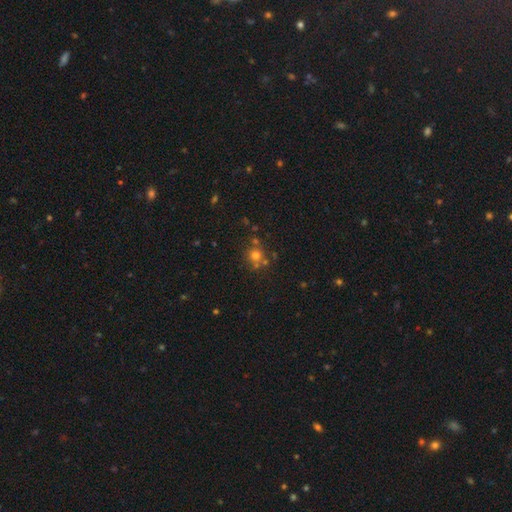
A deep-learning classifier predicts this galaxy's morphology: smooth-or-featured: smooth: 66% | star or artifact: 22% | featured or disk: 12%
  how-rounded: round: 89% | in between: 10% | cigar-shaped: 1%
  merging: none: 68% | merger: 18% | minor disturbance: 10% | major disturbance: 4%